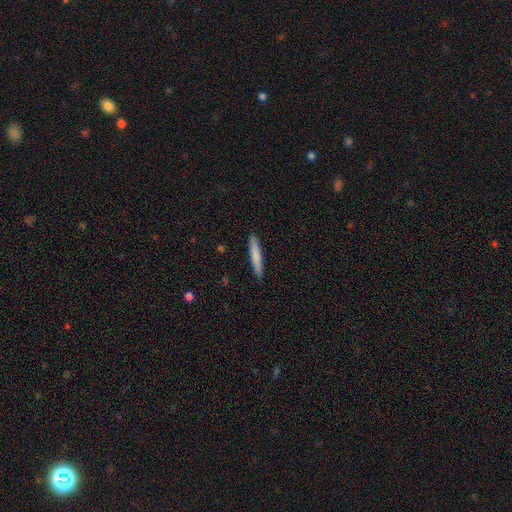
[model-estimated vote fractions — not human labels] This appears to be a smooth galaxy with no disk features (75%) that is cigar-shaped (94%). Merging: none (91%).